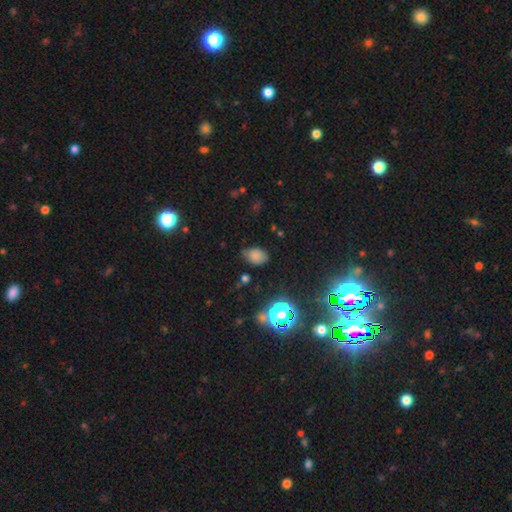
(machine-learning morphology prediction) smooth 75%, star or artifact 17%, featured or disk 8%. Down the decision tree: how rounded — in between (75%); merging — none (61%).